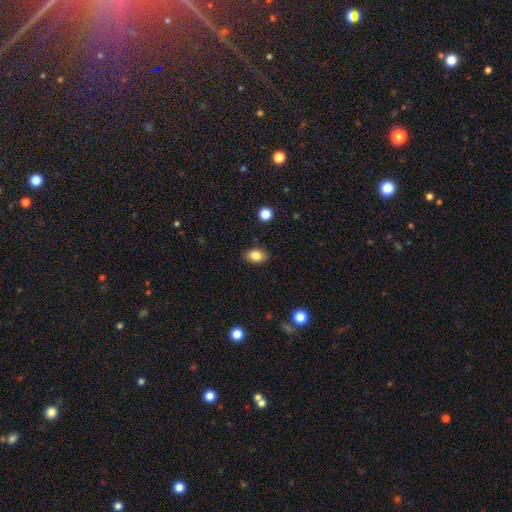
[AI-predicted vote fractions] This is clearly a smooth galaxy (85%). How rounded: likely in between (78%). Merging: clearly none (87%).